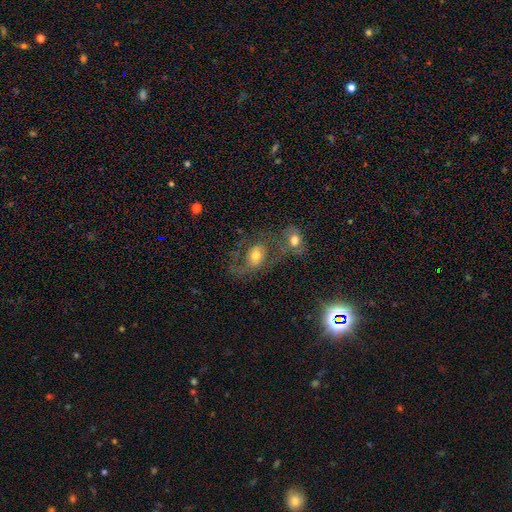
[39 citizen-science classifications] A smooth galaxy with no disk features (51%) that is in between round and cigar-shaped (75%).

Vote fractions:
- Smooth or featured? smooth: 51% / featured or disk: 41% / star or artifact: 8%
- How rounded? in between: 75% / round: 25% / cigar-shaped: 0%
- Merging? merger: 39% / major disturbance: 25% / none: 19% / minor disturbance: 17%